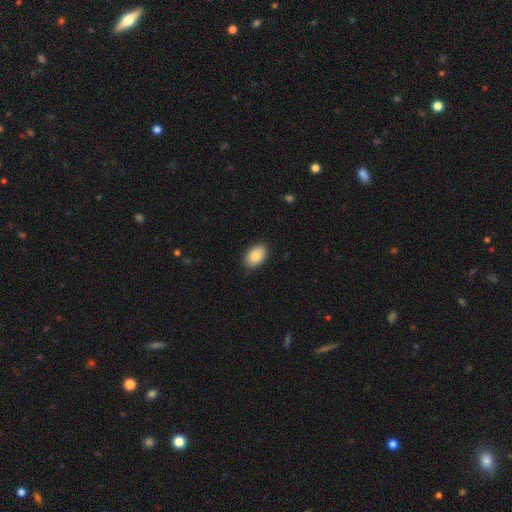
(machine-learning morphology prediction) type=smooth (85%); roundness=in between (89%); merging=none (88%).